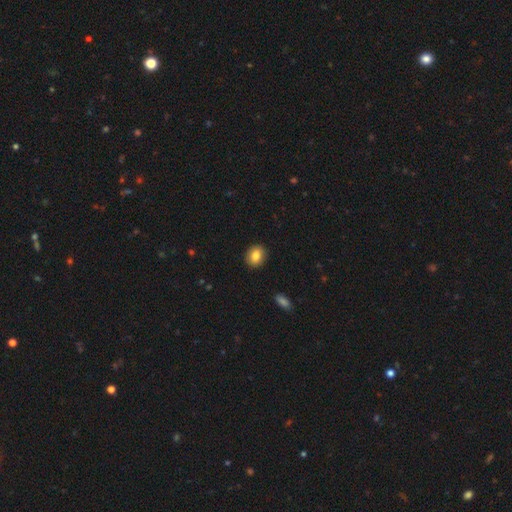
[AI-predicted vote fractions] Smooth or featured? smooth (83%)
How rounded? round (55%)
Merging? none (90%)